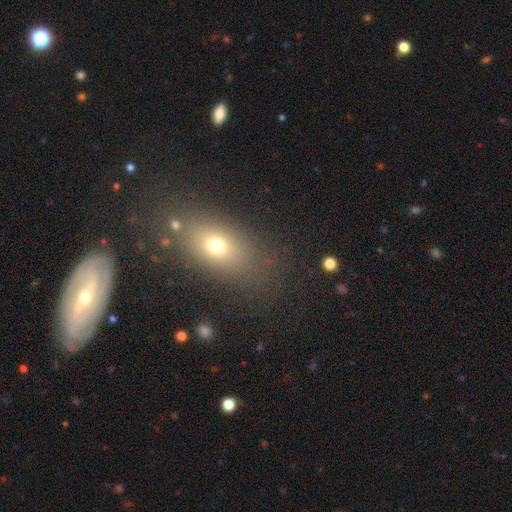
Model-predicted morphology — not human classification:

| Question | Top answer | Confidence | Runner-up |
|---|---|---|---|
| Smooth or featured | smooth | 57% | featured or disk (22%) |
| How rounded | in between | 73% | round (19%) |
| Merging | none | 76% | minor disturbance (13%) |